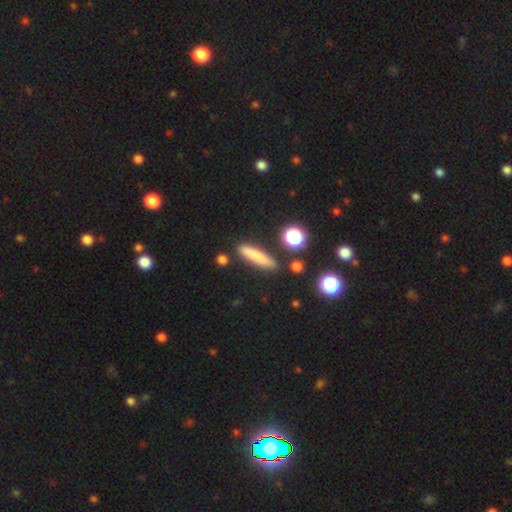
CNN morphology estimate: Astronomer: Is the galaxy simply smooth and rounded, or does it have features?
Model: smooth — 74%.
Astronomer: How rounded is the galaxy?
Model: cigar-shaped — 85%.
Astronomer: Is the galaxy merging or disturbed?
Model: none — 85%.